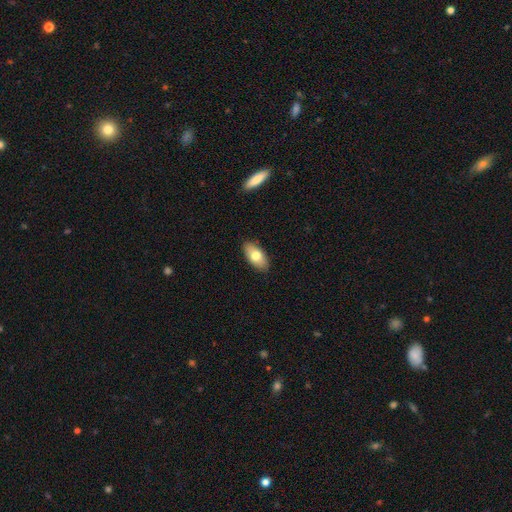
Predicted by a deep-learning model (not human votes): Overall: smooth (74%). How rounded: in between (92%). Merging: none (88%).